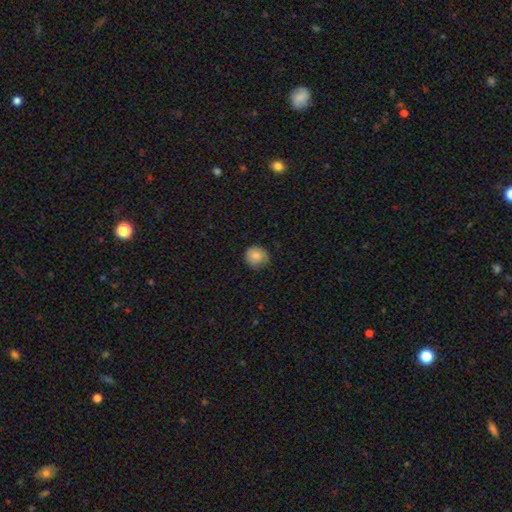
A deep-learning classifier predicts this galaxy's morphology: Smooth or featured?
  - smooth: 81% *
  - featured or disk: 11%
  - star or artifact: 8%
How rounded?
  - round: 88% *
  - in between: 11%
  - cigar-shaped: 1%
Merging?
  - none: 74% *
  - minor disturbance: 21%
  - major disturbance: 4%
  - merger: 1%